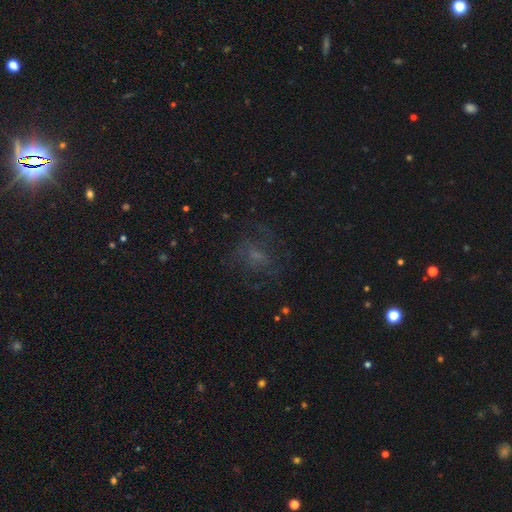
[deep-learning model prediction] The model was most divided on "smooth or featured": smooth: 38%, featured or disk: 37%, star or artifact: 25%. More confident: merging — none (56%).